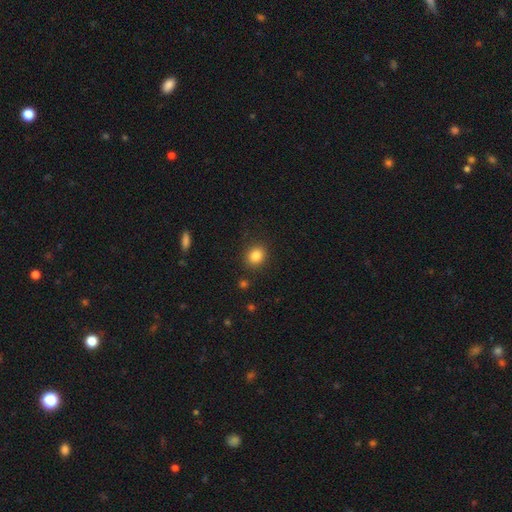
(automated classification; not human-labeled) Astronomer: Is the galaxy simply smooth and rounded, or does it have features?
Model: smooth — 84%.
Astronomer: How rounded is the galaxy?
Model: round — 69%.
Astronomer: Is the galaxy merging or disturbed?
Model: none — 87%.